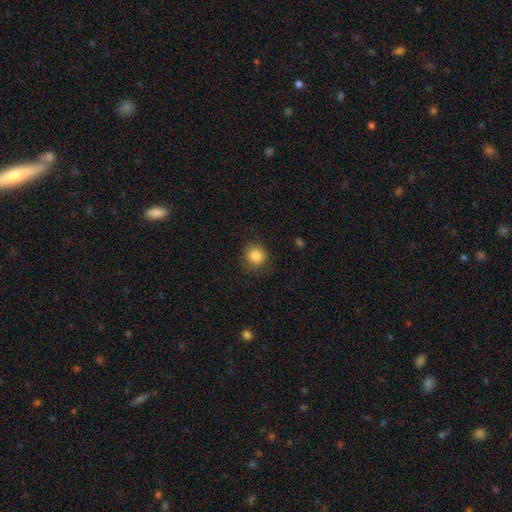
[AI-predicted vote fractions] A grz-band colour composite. It shows a smooth galaxy with no disk features (85%) that is round (87%). Merging: none (86%).